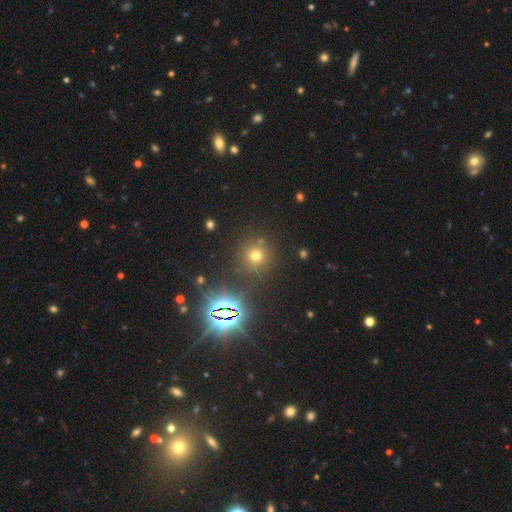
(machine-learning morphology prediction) Q: Smooth or featured?
A: smooth (61%); runner-up: star or artifact (30%)
Q: How rounded?
A: round (93%); runner-up: in between (6%)
Q: Merging?
A: none (83%); runner-up: minor disturbance (8%)